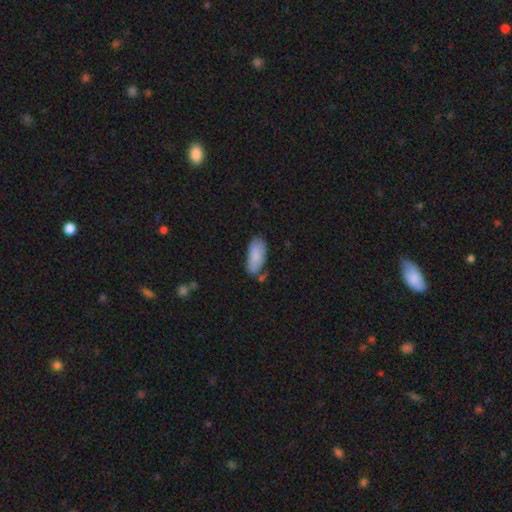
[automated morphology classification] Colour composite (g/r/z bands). It shows a smooth galaxy with no disk features (85%) that is in between round and cigar-shaped (88%). Merging: none (62%).